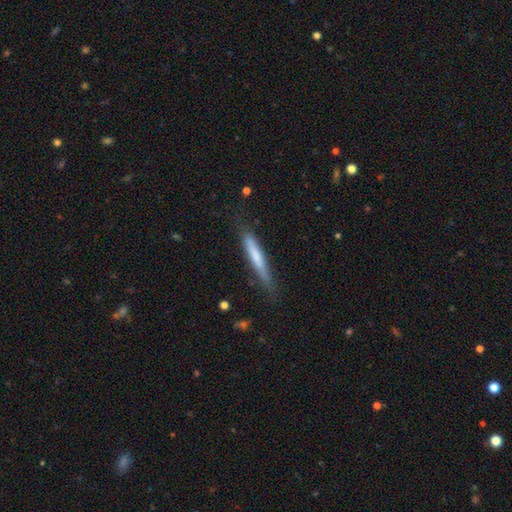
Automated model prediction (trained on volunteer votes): Smooth or featured? Predicted: smooth (p=0.61). How rounded? Predicted: cigar-shaped (p=0.94). Merging? Predicted: none (p=0.74).